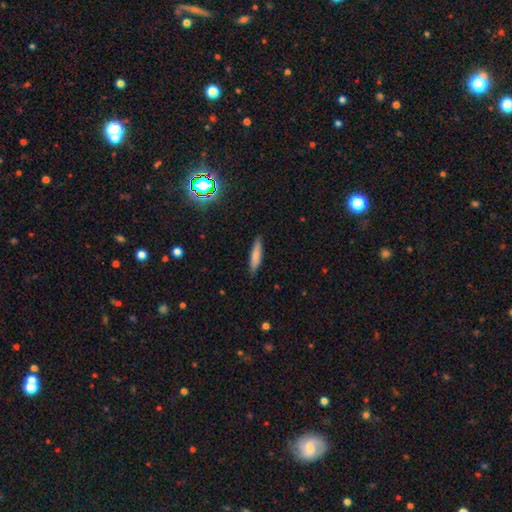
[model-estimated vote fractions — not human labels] Smooth or featured?
  - smooth: 76% *
  - featured or disk: 17%
  - star or artifact: 8%
How rounded?
  - cigar-shaped: 83% *
  - in between: 16%
  - round: 2%
Merging?
  - none: 87% *
  - minor disturbance: 10%
  - major disturbance: 2%
  - merger: 1%